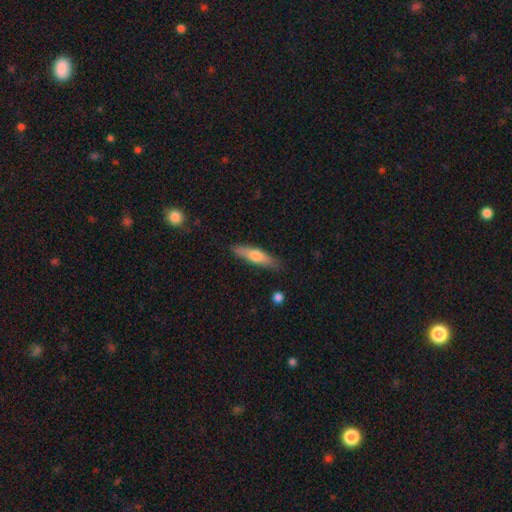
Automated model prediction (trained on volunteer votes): Q: Smooth or featured?
A: smooth (59%); runner-up: featured or disk (35%)
Q: How rounded?
A: cigar-shaped (73%); runner-up: in between (25%)
Q: Merging?
A: none (84%); runner-up: minor disturbance (12%)